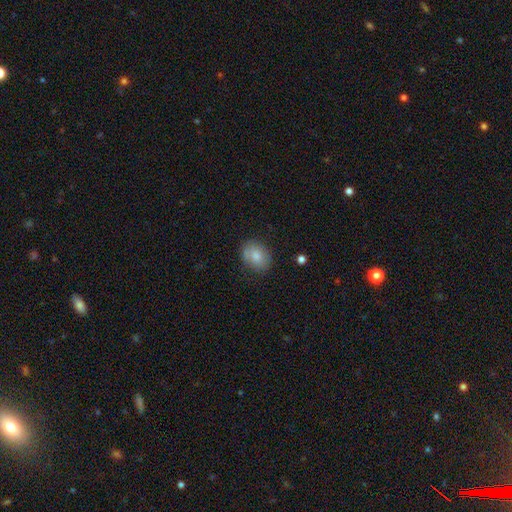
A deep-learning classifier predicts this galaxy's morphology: Smooth or featured: smooth — 78% (featured or disk — 14%)
How rounded: in between — 61% (round — 38%)
Merging: none — 76% (minor disturbance — 17%)